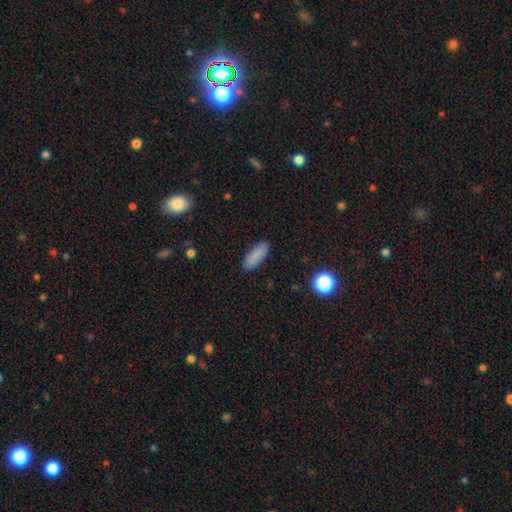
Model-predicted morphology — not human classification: Q: Smooth or featured?
A: smooth (86%); runner-up: star or artifact (8%)
Q: How rounded?
A: in between (74%); runner-up: cigar-shaped (24%)
Q: Merging?
A: none (87%); runner-up: minor disturbance (10%)